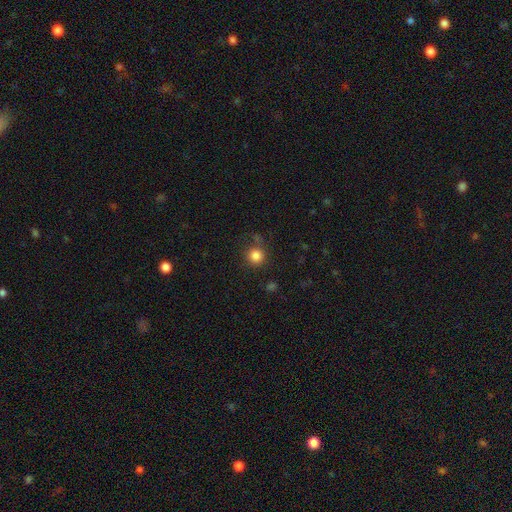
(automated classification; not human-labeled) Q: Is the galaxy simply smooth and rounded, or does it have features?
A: smooth — 83%.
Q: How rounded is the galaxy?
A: round — 93%.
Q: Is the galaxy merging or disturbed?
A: none — 79%.